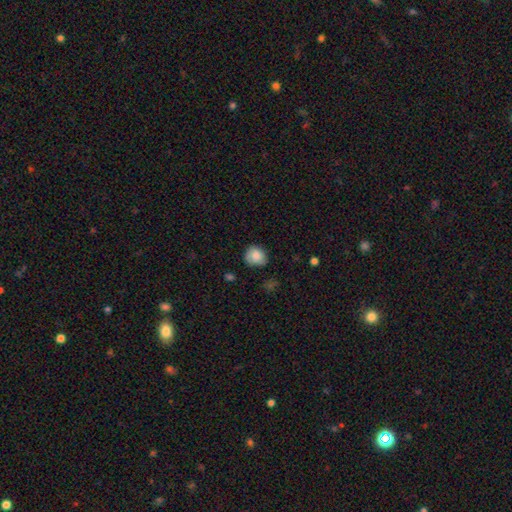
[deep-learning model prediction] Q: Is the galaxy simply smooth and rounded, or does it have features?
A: smooth — 83%.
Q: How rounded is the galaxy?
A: round — 74%.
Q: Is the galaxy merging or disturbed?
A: none — 68%.